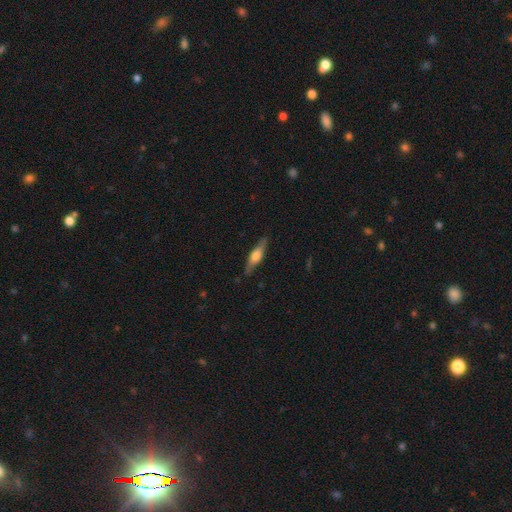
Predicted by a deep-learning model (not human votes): The model was most divided on "smooth or featured": featured or disk: 53%, smooth: 41%, star or artifact: 6%. More confident: edge-on disk — yes (92%); merging — none (84%).